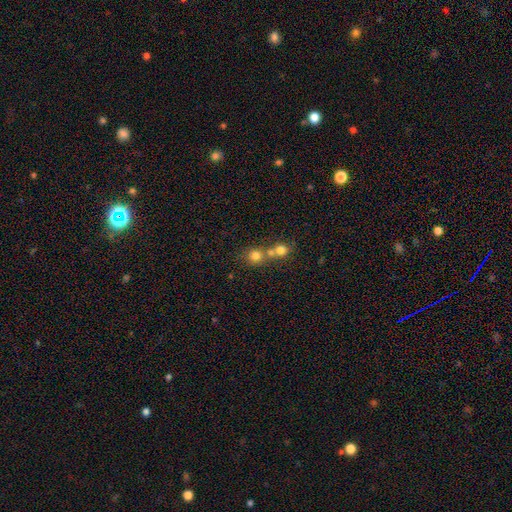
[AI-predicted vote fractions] A smooth galaxy with no disk features (76%) that is round (88%). Merging: merger (49%).